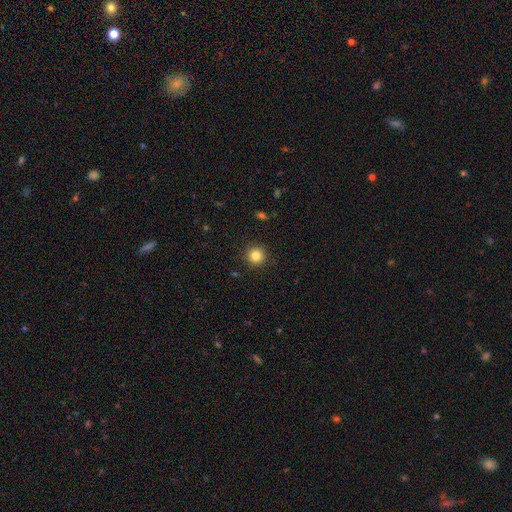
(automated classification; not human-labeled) Smooth or featured? smooth (84%)
How rounded? round (95%)
Merging? none (92%)